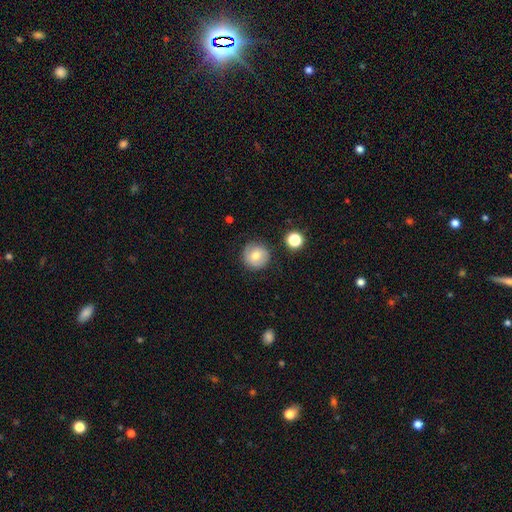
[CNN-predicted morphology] Smooth or featured? smooth (65%)
How rounded? round (94%)
Merging? none (82%)